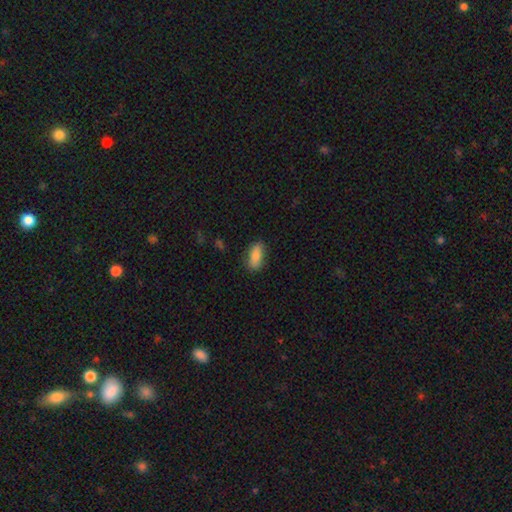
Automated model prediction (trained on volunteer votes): Smooth or featured? smooth (84%)
How rounded? in between (83%)
Merging? none (82%)